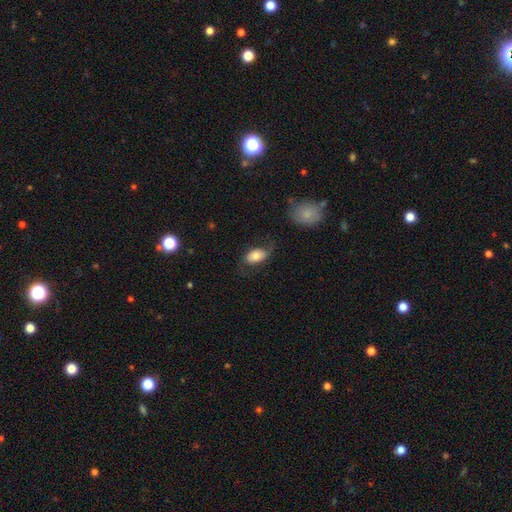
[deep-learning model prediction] Q: Smooth or featured?
A: smooth (66%); runner-up: featured or disk (27%)
Q: How rounded?
A: in between (91%); runner-up: round (7%)
Q: Merging?
A: none (59%); runner-up: minor disturbance (23%)